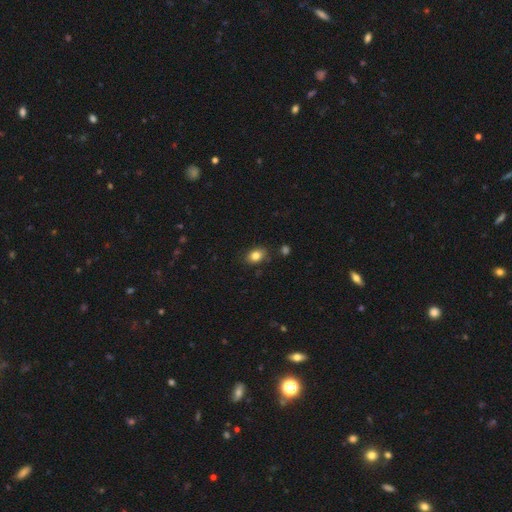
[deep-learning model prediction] Smooth or featured?
  - smooth: 83% *
  - star or artifact: 10%
  - featured or disk: 8%
How rounded?
  - in between: 72% *
  - round: 26%
  - cigar-shaped: 1%
Merging?
  - none: 82% *
  - minor disturbance: 12%
  - major disturbance: 3%
  - merger: 3%